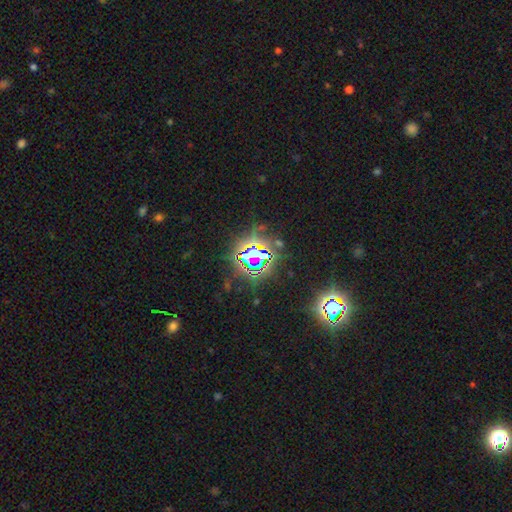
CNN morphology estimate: The model was most divided on "smooth or featured": star or artifact: 80%, smooth: 11%, featured or disk: 10%.